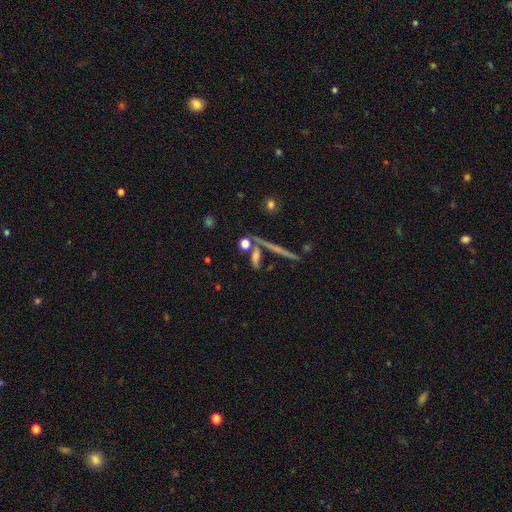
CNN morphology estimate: smooth_or_featured: featured or disk (p=0.43) [alt: smooth p=0.42]
merging: none (p=0.70) [alt: merger p=0.16]